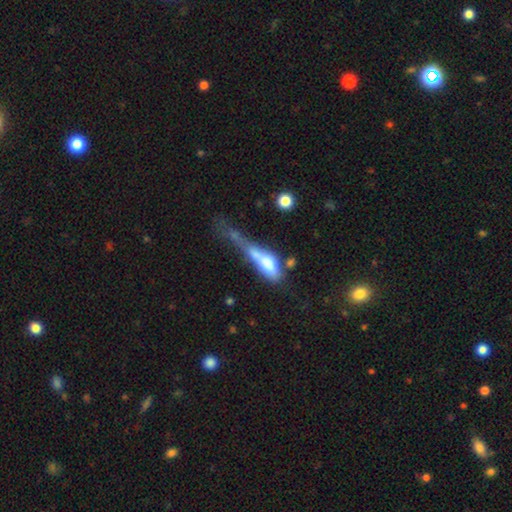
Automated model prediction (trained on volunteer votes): Smooth or featured?
  - featured or disk: 46% *
  - smooth: 37%
  - star or artifact: 17%
Merging?
  - major disturbance: 35% *
  - none: 26%
  - merger: 20%
  - minor disturbance: 19%